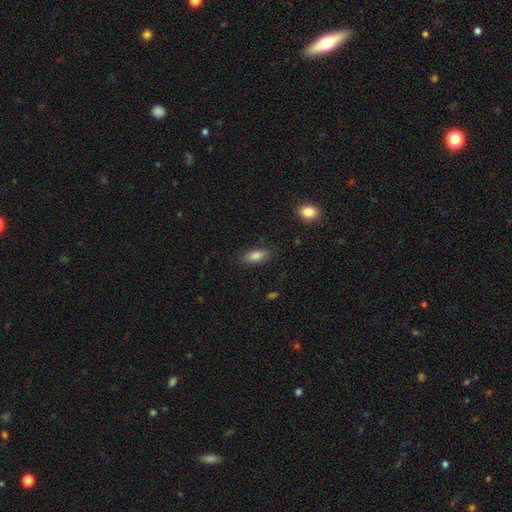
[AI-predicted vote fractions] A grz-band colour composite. It shows a smooth galaxy with no disk features (85%) that is in between round and cigar-shaped (83%). Merging: none (85%).